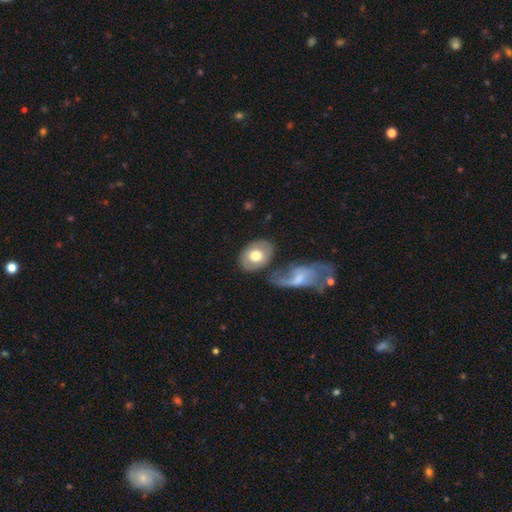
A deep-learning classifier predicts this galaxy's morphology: type=smooth (62%); roundness=in between (72%); merging=none (60%).